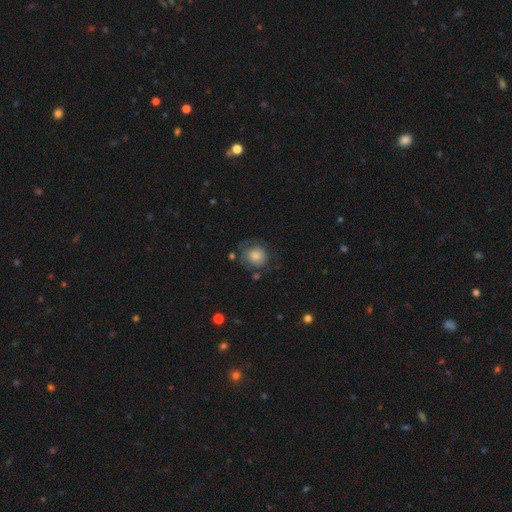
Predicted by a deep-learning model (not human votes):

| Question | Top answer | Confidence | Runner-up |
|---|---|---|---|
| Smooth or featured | smooth | 63% | featured or disk (29%) |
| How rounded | round | 79% | in between (20%) |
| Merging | none | 55% | minor disturbance (25%) |